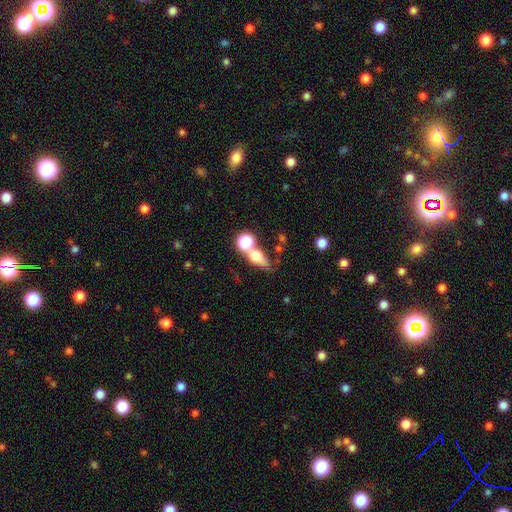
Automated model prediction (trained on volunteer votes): A smooth galaxy with no disk features (62%) that is in between round and cigar-shaped (50%). Merging: none (40%).